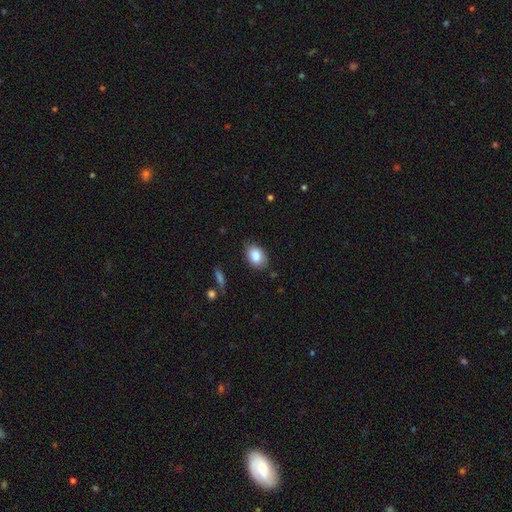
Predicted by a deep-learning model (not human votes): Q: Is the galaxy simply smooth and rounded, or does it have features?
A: smooth — 86%.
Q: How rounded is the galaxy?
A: in between — 85%.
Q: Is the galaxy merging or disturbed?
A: none — 78%.